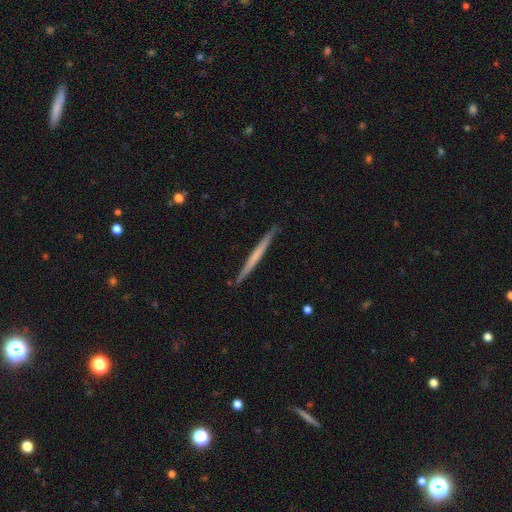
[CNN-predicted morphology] smooth_or_featured: featured or disk (p=0.51) [alt: smooth p=0.44]
disk_edge_on: yes (p=0.97) [alt: no p=0.03]
merging: none (p=0.90) [alt: minor disturbance p=0.07]